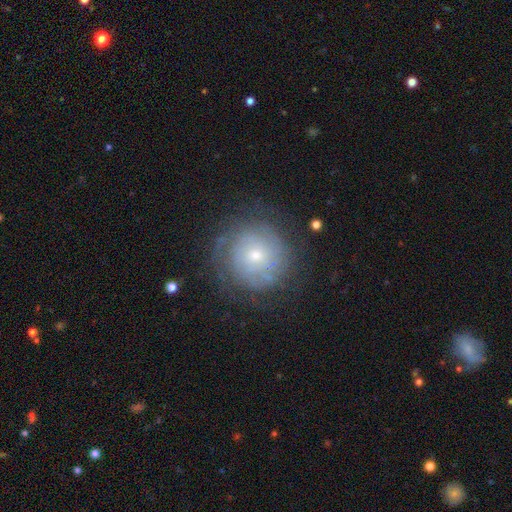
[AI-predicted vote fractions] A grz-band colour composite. It shows a featured or disk galaxy (59%) with no bar (83%), spiral arms (78%) and a small central bulge (66%). Merging: none (74%).